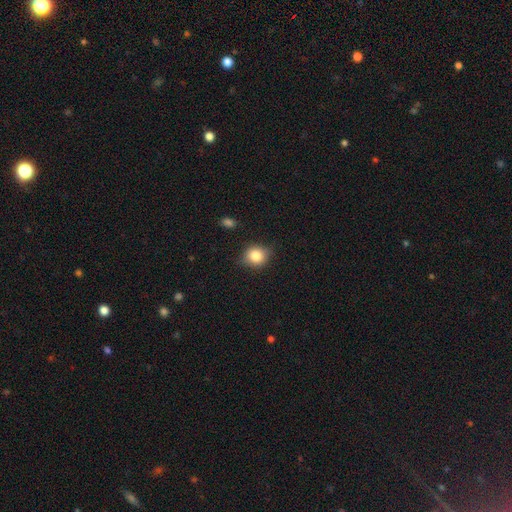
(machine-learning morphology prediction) A smooth galaxy with no disk features (82%) that is round (72%).

Vote fractions:
- Smooth or featured? smooth: 82% / star or artifact: 10% / featured or disk: 9%
- How rounded? round: 72% / in between: 27% / cigar-shaped: 1%
- Merging? none: 78% / minor disturbance: 16% / major disturbance: 3% / merger: 2%